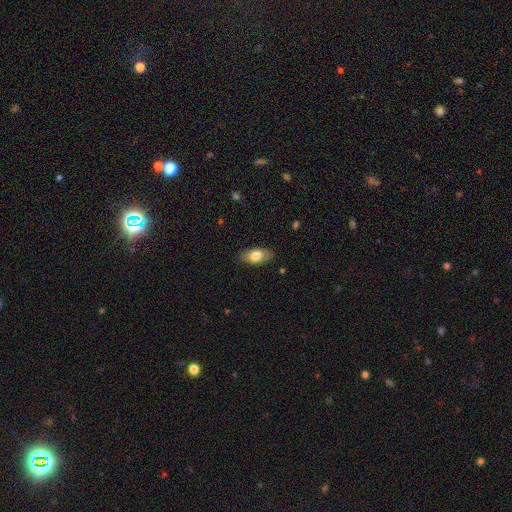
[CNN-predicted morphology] Smooth or featured: smooth — 75% (featured or disk — 19%)
How rounded: in between — 90% (cigar-shaped — 6%)
Merging: none — 85% (minor disturbance — 11%)